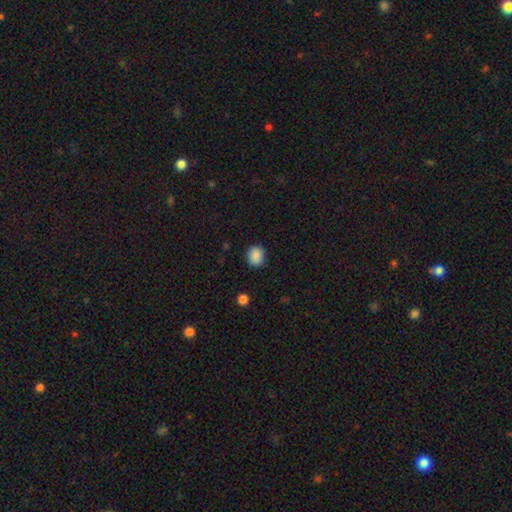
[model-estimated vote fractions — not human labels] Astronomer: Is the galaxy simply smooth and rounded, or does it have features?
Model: smooth — 87%.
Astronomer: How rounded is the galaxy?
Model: round — 71%.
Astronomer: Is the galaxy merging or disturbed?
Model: none — 87%.